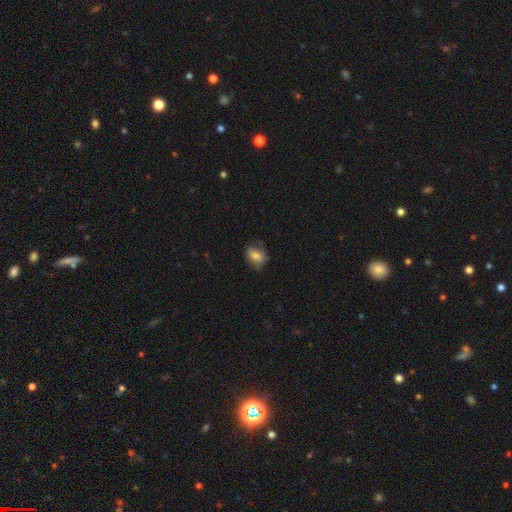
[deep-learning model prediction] Q: Smooth or featured?
A: smooth (74%); runner-up: featured or disk (17%)
Q: How rounded?
A: in between (69%); runner-up: round (30%)
Q: Merging?
A: none (65%); runner-up: minor disturbance (25%)